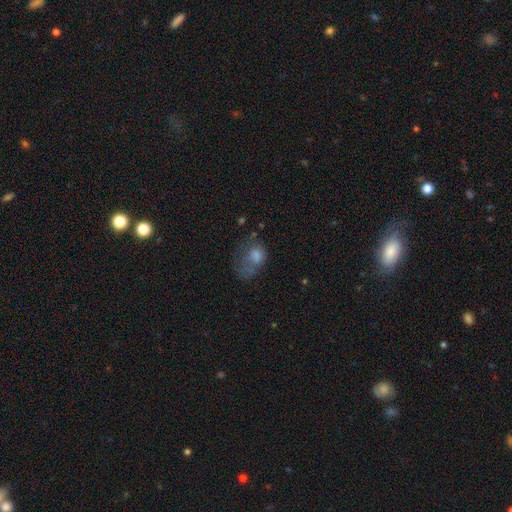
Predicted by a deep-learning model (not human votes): Smooth or featured?
  - smooth: 60% *
  - featured or disk: 26%
  - star or artifact: 15%
How rounded?
  - in between: 70% *
  - round: 28%
  - cigar-shaped: 2%
Merging?
  - major disturbance: 40% *
  - none: 29%
  - minor disturbance: 24%
  - merger: 6%